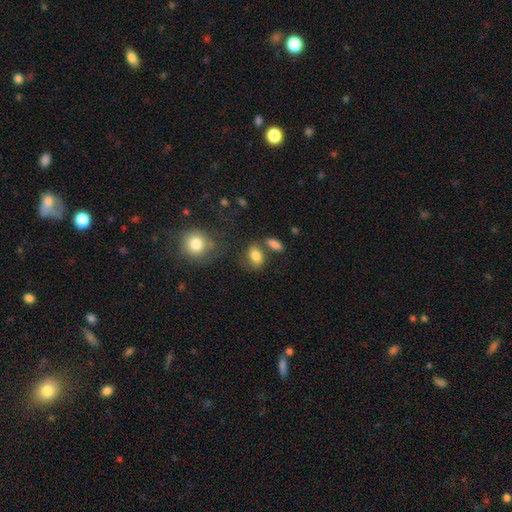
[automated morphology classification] Smooth or featured? Predicted: smooth (p=0.79). How rounded? Predicted: in between (p=0.79). Merging? Predicted: none (p=0.58).